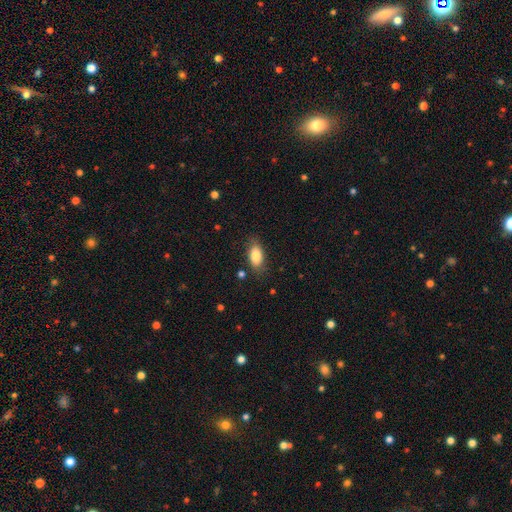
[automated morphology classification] smooth-or-featured: smooth: 80% | featured or disk: 13% | star or artifact: 7%
  how-rounded: in between: 88% | cigar-shaped: 6% | round: 5%
  merging: none: 79% | minor disturbance: 15% | major disturbance: 4% | merger: 2%